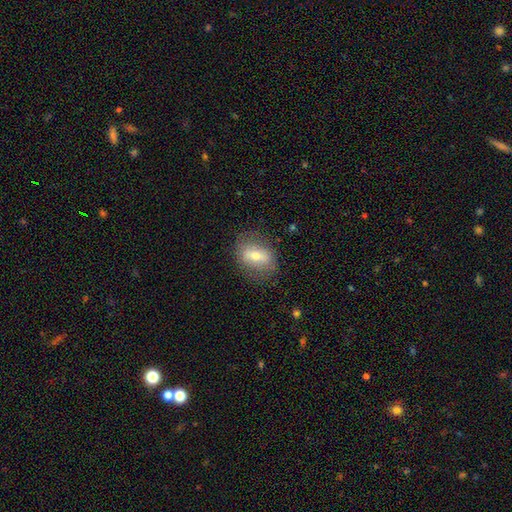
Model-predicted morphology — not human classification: Smooth or featured? smooth (47%)
Merging? none (78%)